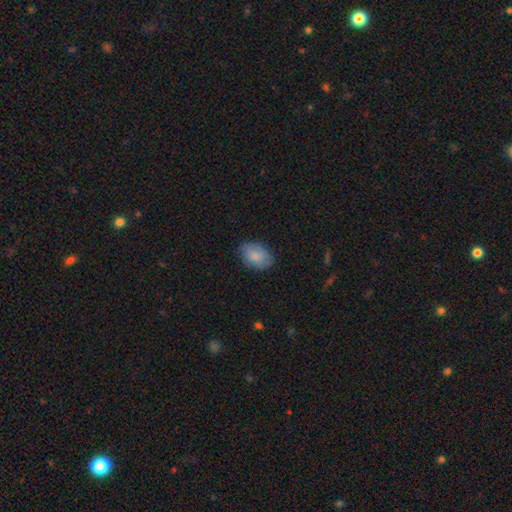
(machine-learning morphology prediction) type=smooth (83%); roundness=in between (84%); merging=none (79%).